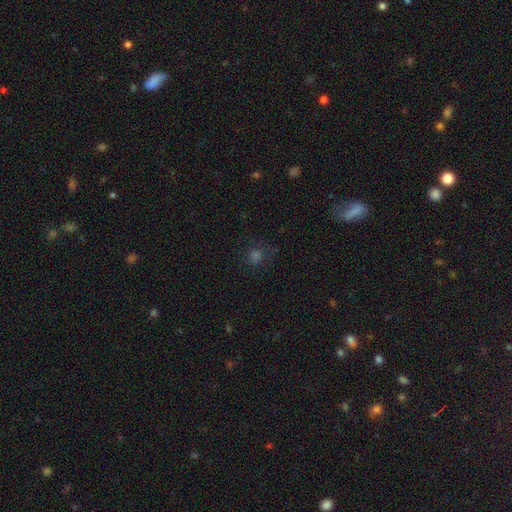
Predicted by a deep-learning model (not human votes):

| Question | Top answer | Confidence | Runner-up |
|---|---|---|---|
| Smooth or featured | smooth | 54% | star or artifact (35%) |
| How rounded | round | 84% | in between (14%) |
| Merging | none | 73% | minor disturbance (15%) |